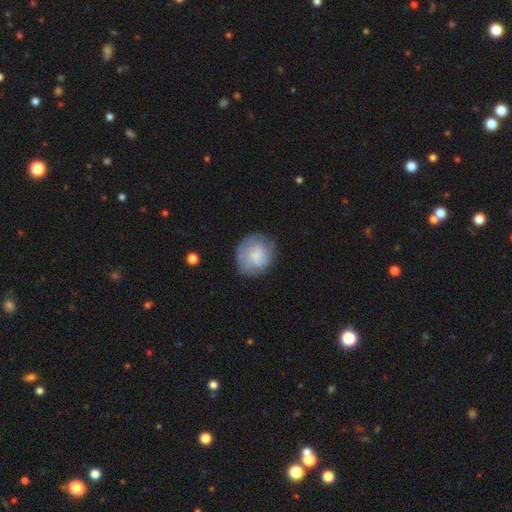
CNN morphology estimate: A smooth galaxy with no disk features (50%). Merging: none (71%).